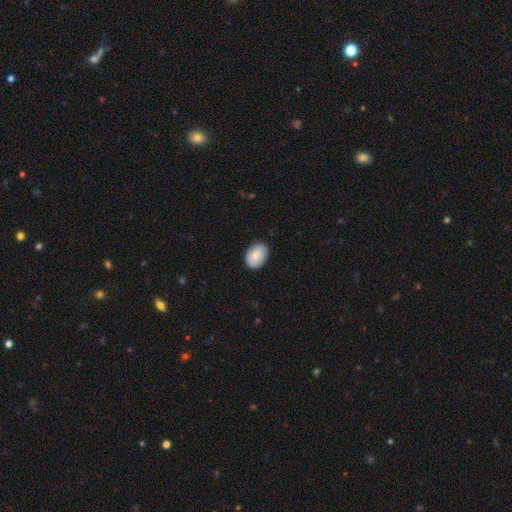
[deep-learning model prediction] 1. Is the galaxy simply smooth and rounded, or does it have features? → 80% smooth, 13% featured or disk, 7% star or artifact.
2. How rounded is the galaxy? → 74% in between, 25% round, 1% cigar-shaped.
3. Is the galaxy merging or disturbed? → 85% none, 12% minor disturbance, 2% major disturbance, 1% merger.